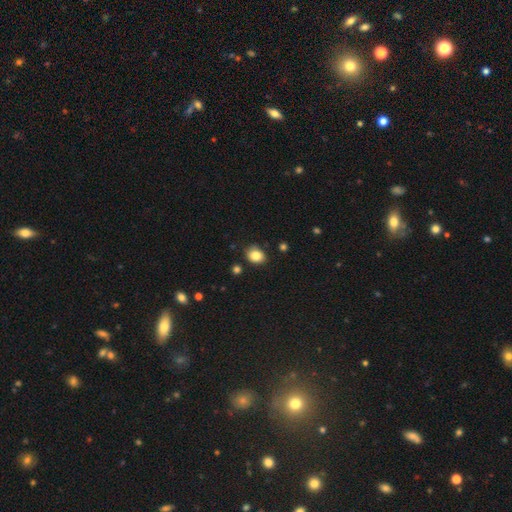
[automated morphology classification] Smooth or featured? smooth (84%)
How rounded? in between (51%)
Merging? none (81%)